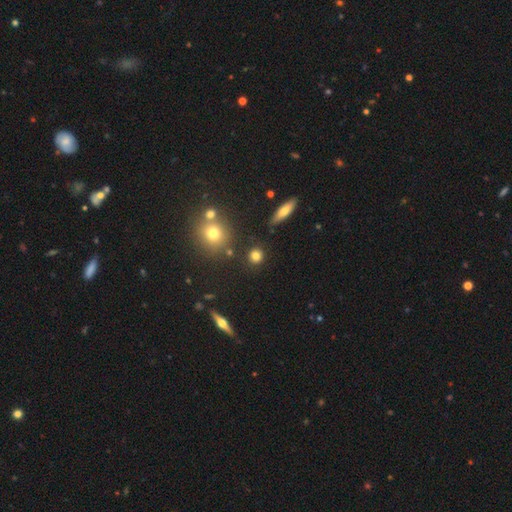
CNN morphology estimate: A smooth galaxy with no disk features (79%) that is round (89%). Merging: none (85%).